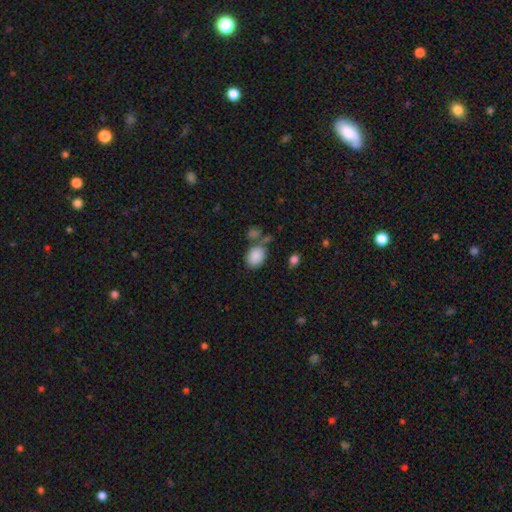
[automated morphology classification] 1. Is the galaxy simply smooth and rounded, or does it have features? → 87% smooth, 8% star or artifact, 5% featured or disk.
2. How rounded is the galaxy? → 72% in between, 27% round, 1% cigar-shaped.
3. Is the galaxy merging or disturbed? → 63% none, 16% merger, 15% minor disturbance, 5% major disturbance.